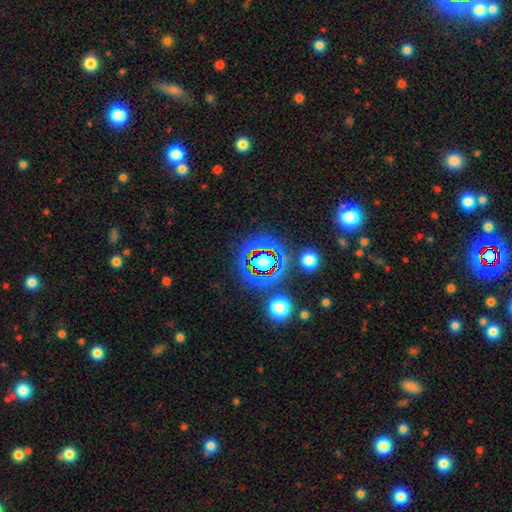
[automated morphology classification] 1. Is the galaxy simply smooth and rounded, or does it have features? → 78% star or artifact, 14% smooth, 8% featured or disk.